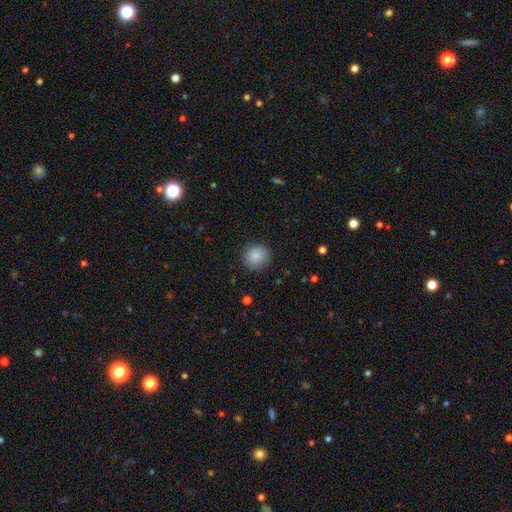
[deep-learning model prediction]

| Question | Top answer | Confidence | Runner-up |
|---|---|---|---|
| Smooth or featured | smooth | 87% | star or artifact (8%) |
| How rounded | round | 90% | in between (9%) |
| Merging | none | 87% | minor disturbance (10%) |